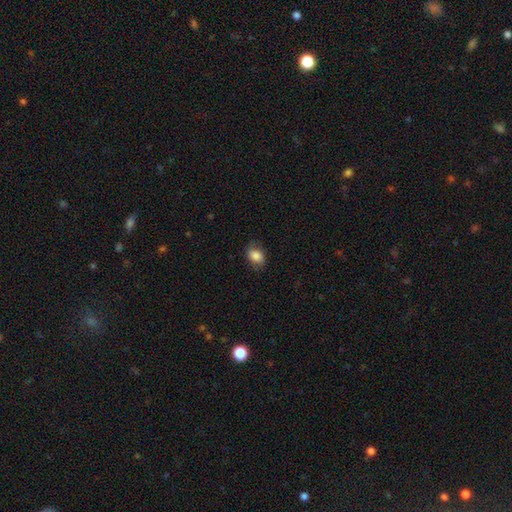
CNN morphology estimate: smooth 83%, featured or disk 9%, star or artifact 8%. Down the decision tree: how rounded — in between (71%); merging — none (75%).